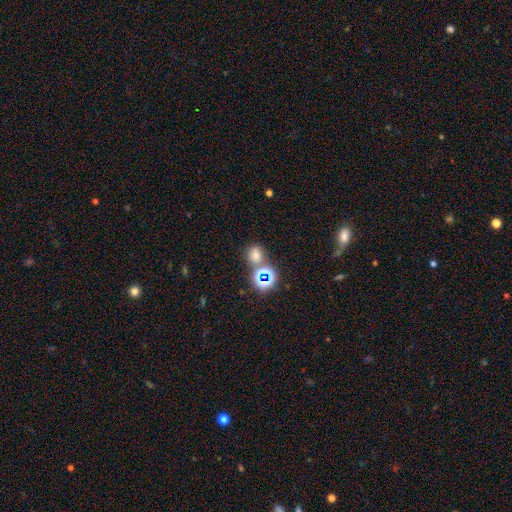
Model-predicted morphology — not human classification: smooth-or-featured: smooth: 61% | star or artifact: 30% | featured or disk: 8%
  how-rounded: round: 69% | in between: 30% | cigar-shaped: 1%
  merging: none: 66% | merger: 20% | minor disturbance: 10% | major disturbance: 4%